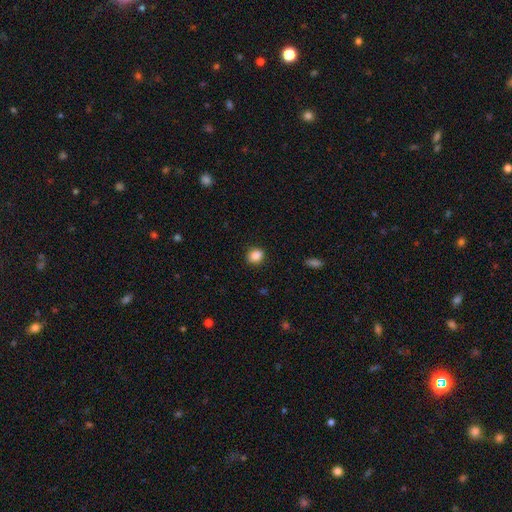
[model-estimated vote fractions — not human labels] Q: Smooth or featured?
A: smooth (87%); runner-up: star or artifact (9%)
Q: How rounded?
A: round (62%); runner-up: in between (37%)
Q: Merging?
A: none (88%); runner-up: minor disturbance (8%)